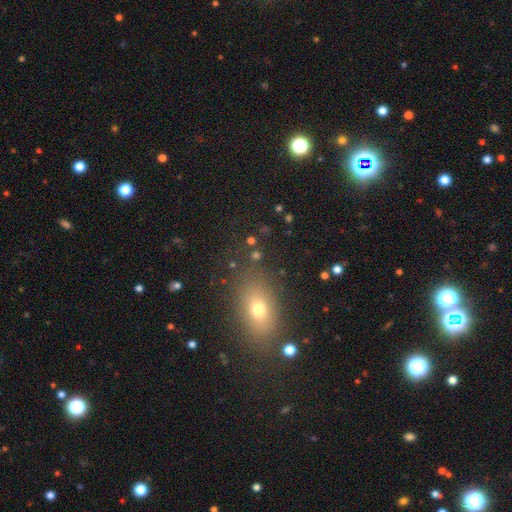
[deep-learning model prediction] smooth-or-featured: smooth: 60% | star or artifact: 25% | featured or disk: 14%
  how-rounded: in between: 62% | round: 32% | cigar-shaped: 6%
  merging: none: 79% | minor disturbance: 11% | major disturbance: 5% | merger: 5%